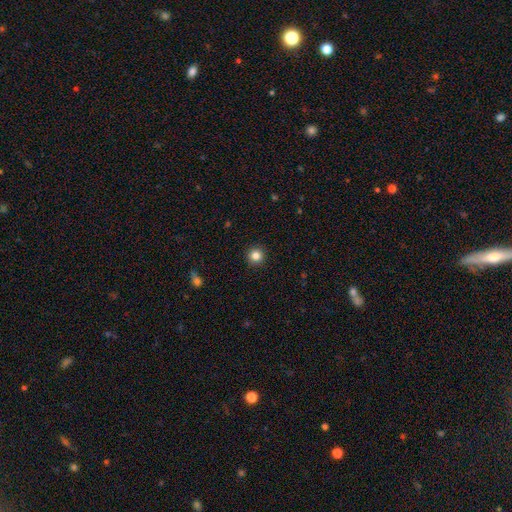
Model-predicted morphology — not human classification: Smooth or featured?
  - smooth: 84% *
  - star or artifact: 11%
  - featured or disk: 5%
How rounded?
  - round: 95% *
  - in between: 4%
  - cigar-shaped: 1%
Merging?
  - none: 93% *
  - minor disturbance: 4%
  - major disturbance: 2%
  - merger: 1%